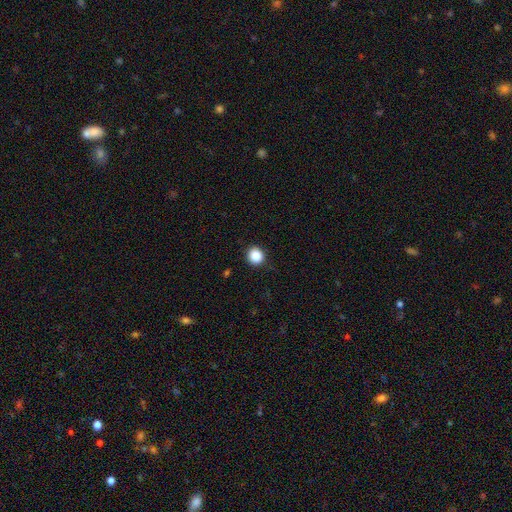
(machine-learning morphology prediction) Smooth or featured? smooth (88%)
How rounded? round (87%)
Merging? none (90%)